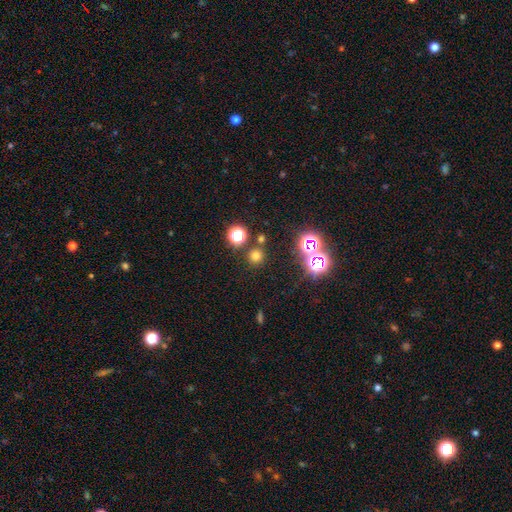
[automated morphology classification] Smooth or featured? smooth (67%)
How rounded? round (93%)
Merging? none (83%)